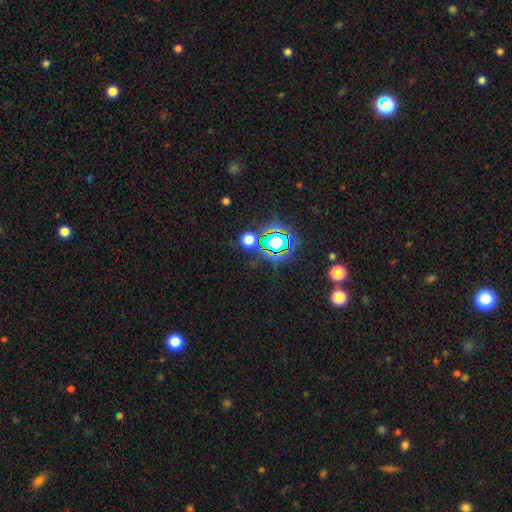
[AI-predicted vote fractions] The model was most divided on "smooth or featured": star or artifact: 74%, smooth: 17%, featured or disk: 9%.